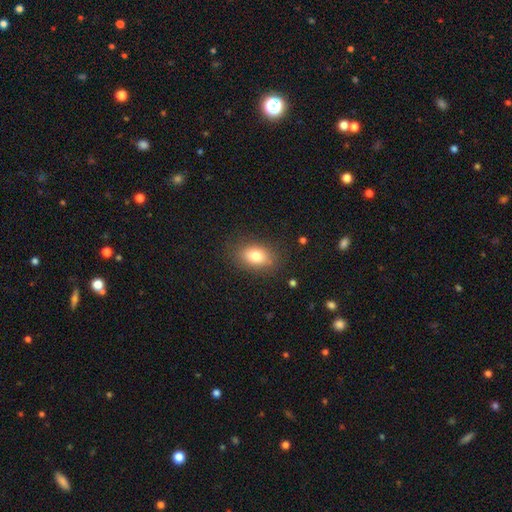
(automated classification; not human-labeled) Smooth or featured?
  - smooth: 81% *
  - featured or disk: 10%
  - star or artifact: 9%
How rounded?
  - in between: 84% *
  - round: 13%
  - cigar-shaped: 2%
Merging?
  - none: 82% *
  - minor disturbance: 13%
  - major disturbance: 4%
  - merger: 1%